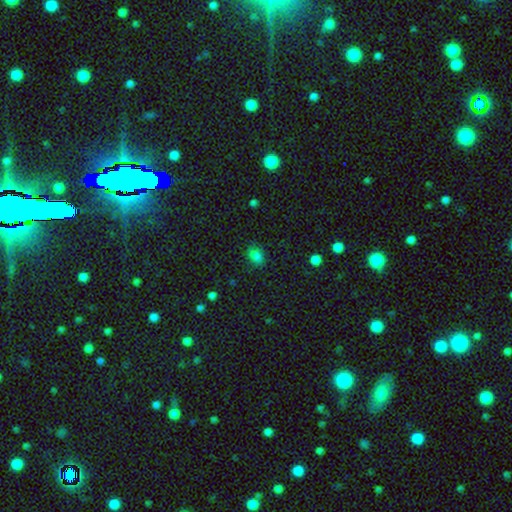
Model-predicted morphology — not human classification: Overall: smooth (80%). How rounded: in between (79%). Merging: none (80%).